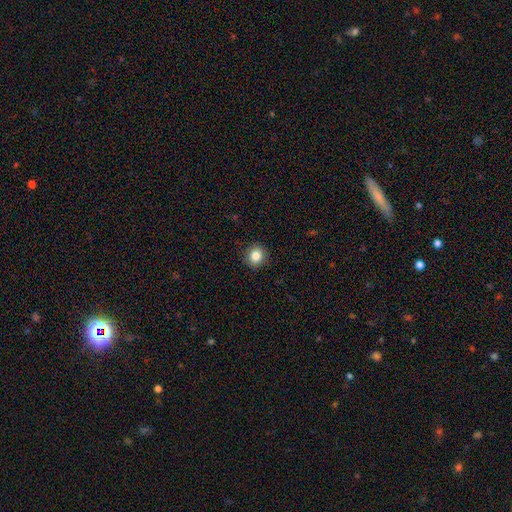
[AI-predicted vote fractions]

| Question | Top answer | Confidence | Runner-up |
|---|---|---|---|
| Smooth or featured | smooth | 84% | star or artifact (10%) |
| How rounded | round | 90% | in between (10%) |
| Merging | none | 91% | minor disturbance (6%) |